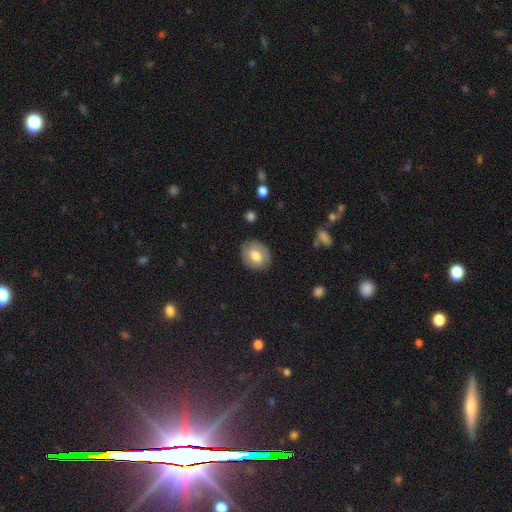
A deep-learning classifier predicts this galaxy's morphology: Overall: smooth (74%). How rounded: round (54%; in between 45%). Merging: none (85%).